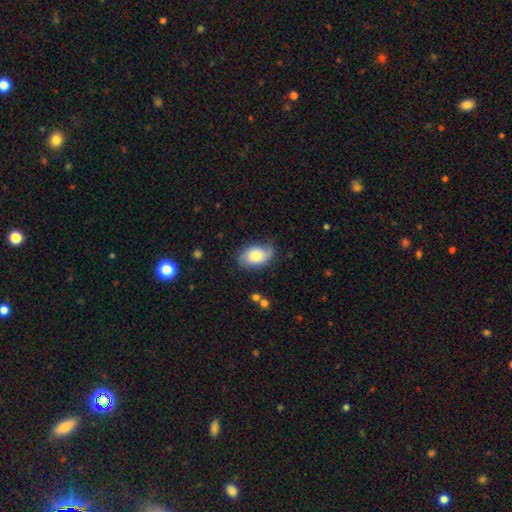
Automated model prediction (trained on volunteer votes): Smooth or featured? smooth (64%)
How rounded? in between (86%)
Merging? none (65%)